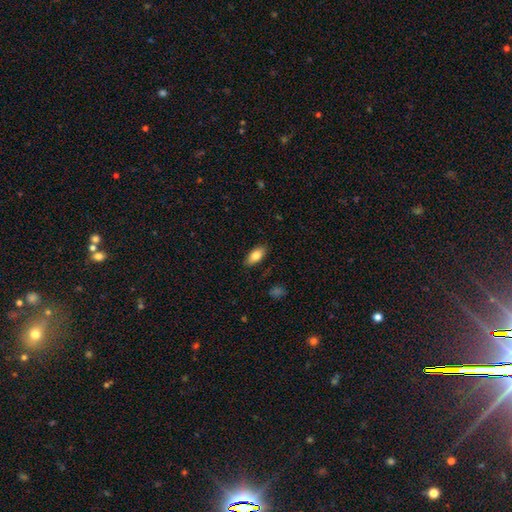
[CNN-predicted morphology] smooth 81%, featured or disk 12%, star or artifact 7%. Down the decision tree: how rounded — in between (89%); merging — none (87%).